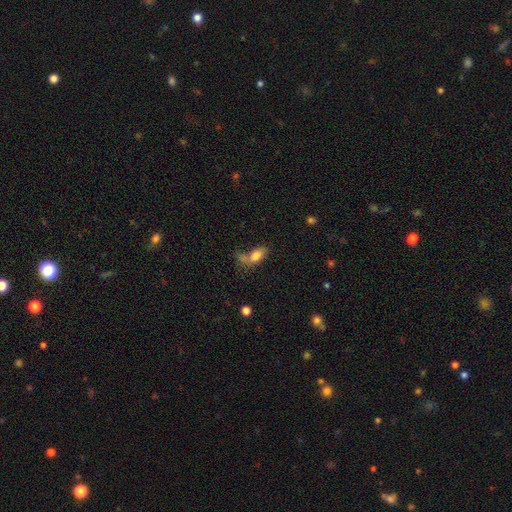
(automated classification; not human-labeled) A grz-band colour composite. It shows a smooth galaxy with no disk features (78%) that is in between round and cigar-shaped (85%). Merging: none (35%).